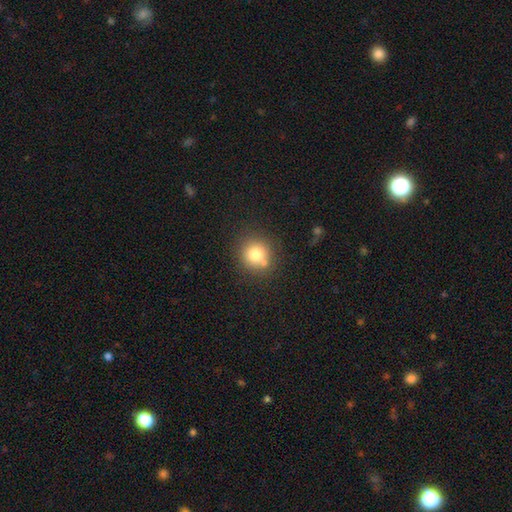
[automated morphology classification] A smooth galaxy with no disk features (77%) that is round (90%).

Vote fractions:
- Smooth or featured? smooth: 77% / star or artifact: 12% / featured or disk: 11%
- How rounded? round: 90% / in between: 9% / cigar-shaped: 1%
- Merging? none: 70% / merger: 15% / minor disturbance: 11% / major disturbance: 4%